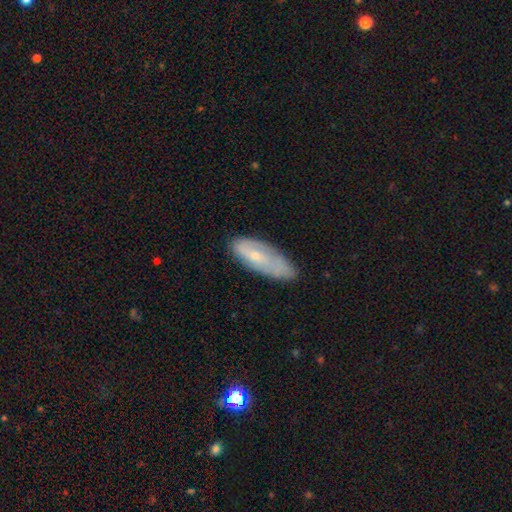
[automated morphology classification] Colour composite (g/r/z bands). It shows a smooth galaxy with no disk features (50%) that is in between round and cigar-shaped (67%). Merging: none (65%).